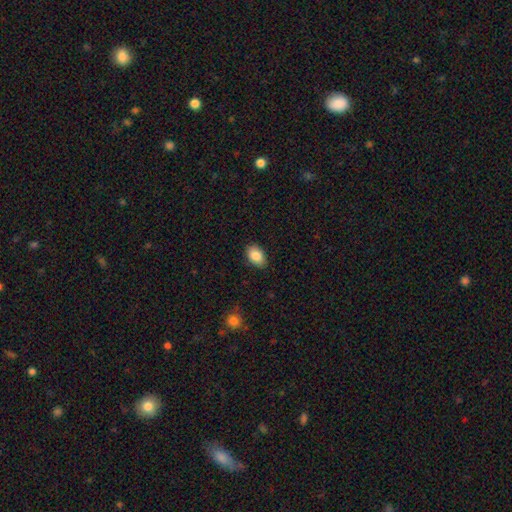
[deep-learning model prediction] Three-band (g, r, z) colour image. It shows a smooth galaxy with no disk features (86%) that is in between round and cigar-shaped (89%). Merging: none (86%).